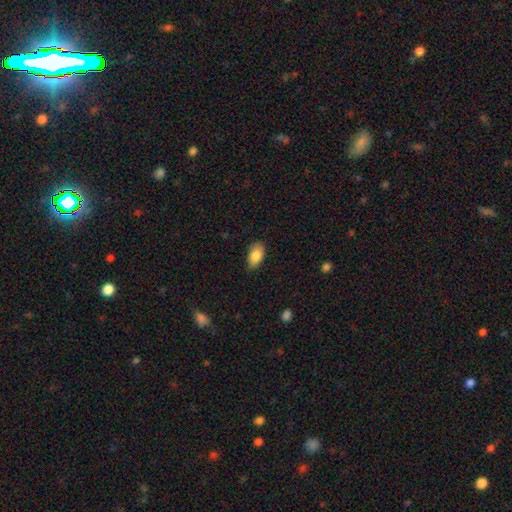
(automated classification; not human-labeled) Q: Smooth or featured?
A: smooth (86%); runner-up: star or artifact (7%)
Q: How rounded?
A: in between (93%); runner-up: round (5%)
Q: Merging?
A: none (77%); runner-up: minor disturbance (19%)